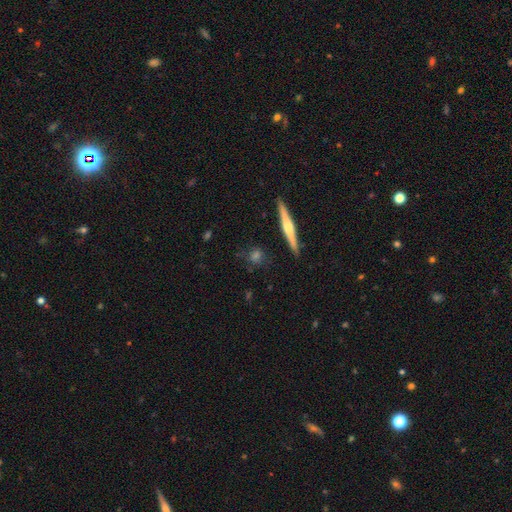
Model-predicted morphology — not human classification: Smooth or featured?
  - featured or disk: 46% *
  - smooth: 44%
  - star or artifact: 10%
Merging?
  - none: 83% *
  - minor disturbance: 12%
  - major disturbance: 3%
  - merger: 2%